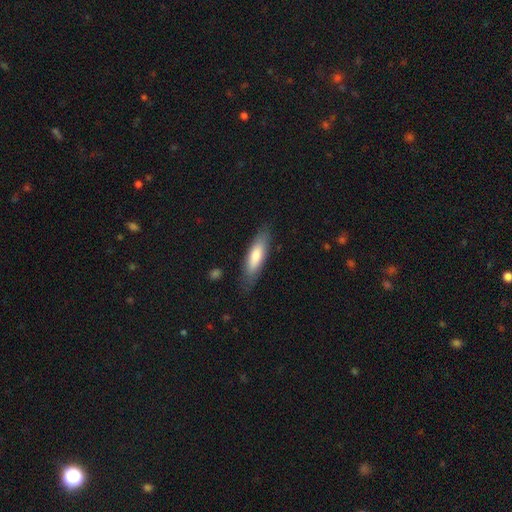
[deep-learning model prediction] smooth-or-featured: smooth: 72% | featured or disk: 22% | star or artifact: 6%
  how-rounded: cigar-shaped: 64% | in between: 35% | round: 1%
  merging: none: 82% | minor disturbance: 14% | major disturbance: 3% | merger: 1%